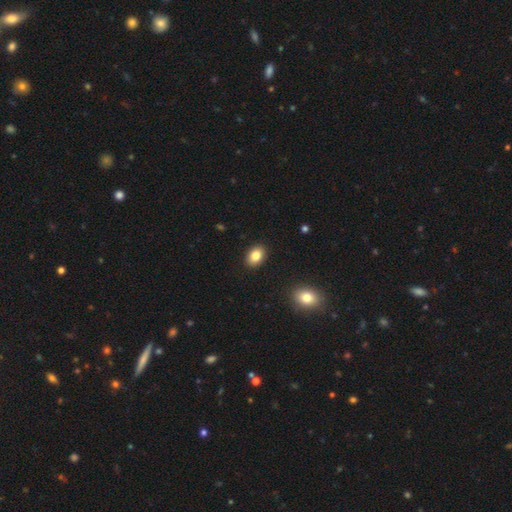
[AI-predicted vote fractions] Smooth or featured: smooth — 84% (star or artifact — 9%)
How rounded: in between — 80% (round — 19%)
Merging: none — 90% (minor disturbance — 7%)